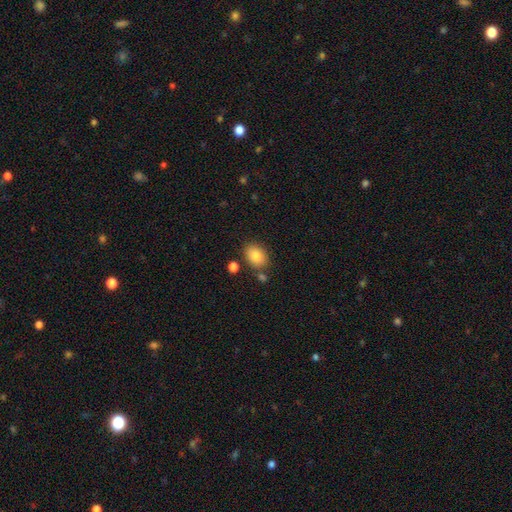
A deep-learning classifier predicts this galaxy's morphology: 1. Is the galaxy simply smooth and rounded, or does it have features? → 84% smooth, 8% star or artifact, 7% featured or disk.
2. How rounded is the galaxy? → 68% in between, 31% round, 1% cigar-shaped.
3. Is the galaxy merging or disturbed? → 77% none, 12% minor disturbance, 7% merger, 3% major disturbance.